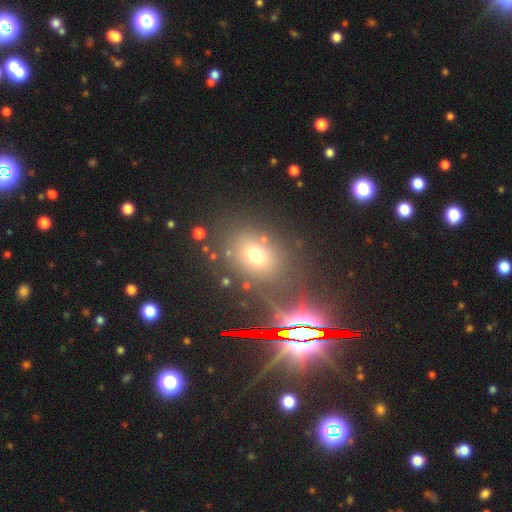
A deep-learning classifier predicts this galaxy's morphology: The model was most divided on "how rounded": round: 55%, in between: 44%, cigar-shaped: 2%. More confident: merging — none (76%); smooth or featured — smooth (62%).